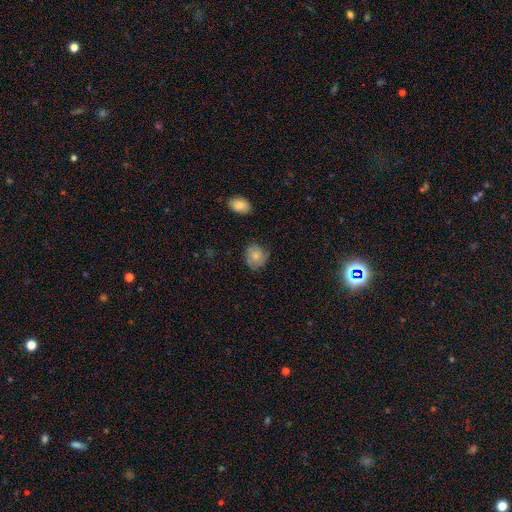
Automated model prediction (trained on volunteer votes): Morphology: type=smooth (69%); roundness=round (68%); merging=none (66%).